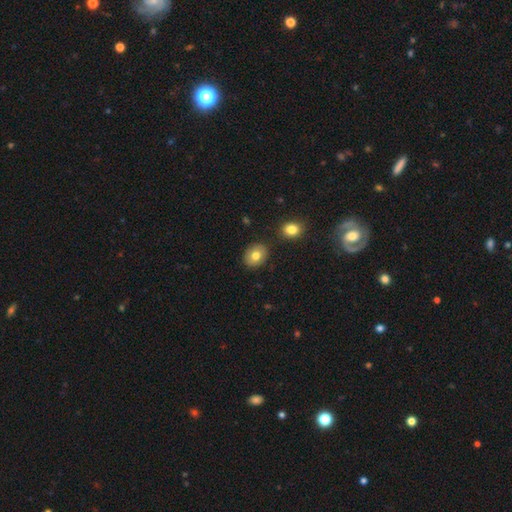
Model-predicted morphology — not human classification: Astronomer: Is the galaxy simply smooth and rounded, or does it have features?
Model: smooth — 78%.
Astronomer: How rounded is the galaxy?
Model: in between — 50% (runner-up: round, 49%).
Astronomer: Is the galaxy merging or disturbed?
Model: none — 85%.